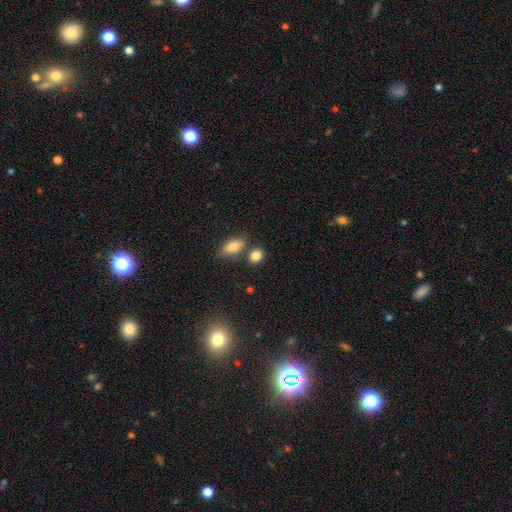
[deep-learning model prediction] smooth-or-featured: smooth: 85% | star or artifact: 10% | featured or disk: 5%
  how-rounded: round: 56% | in between: 41% | cigar-shaped: 3%
  merging: none: 68% | merger: 17% | minor disturbance: 12% | major disturbance: 4%